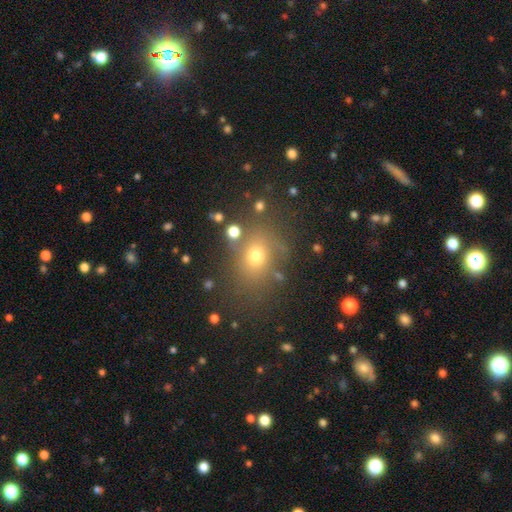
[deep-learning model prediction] The model was most divided on "how rounded": in between: 52%, round: 47%, cigar-shaped: 2%. More confident: merging — none (79%); smooth or featured — smooth (66%).